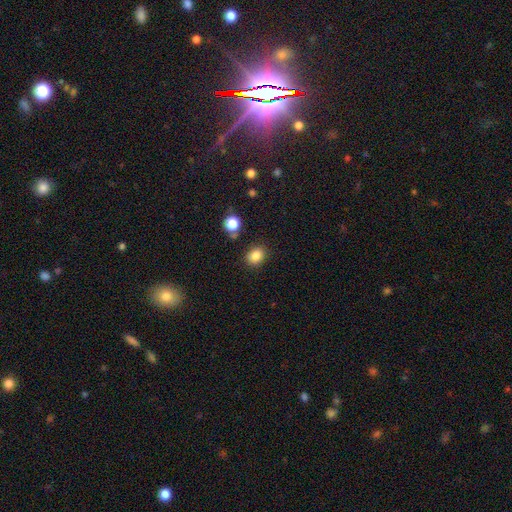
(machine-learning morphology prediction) A smooth galaxy with no disk features (83%) that is round (57%).

Vote fractions:
- Smooth or featured? smooth: 83% / star or artifact: 12% / featured or disk: 5%
- How rounded? round: 57% / in between: 42% / cigar-shaped: 1%
- Merging? none: 84% / minor disturbance: 10% / merger: 4% / major disturbance: 3%